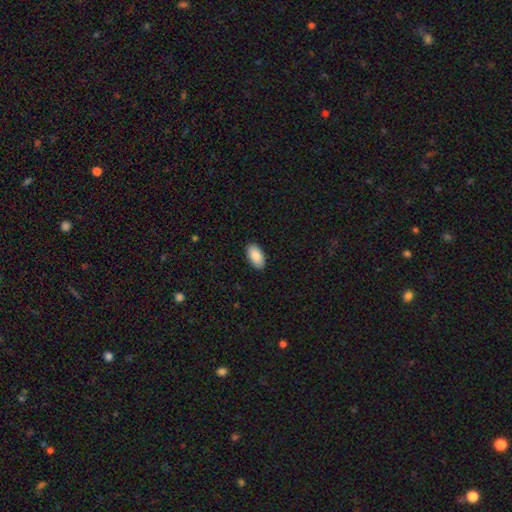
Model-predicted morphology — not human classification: The model was most divided on "merging": none: 90%, minor disturbance: 8%, major disturbance: 2%, merger: 1%. More confident: how rounded — in between (96%); smooth or featured — smooth (88%).